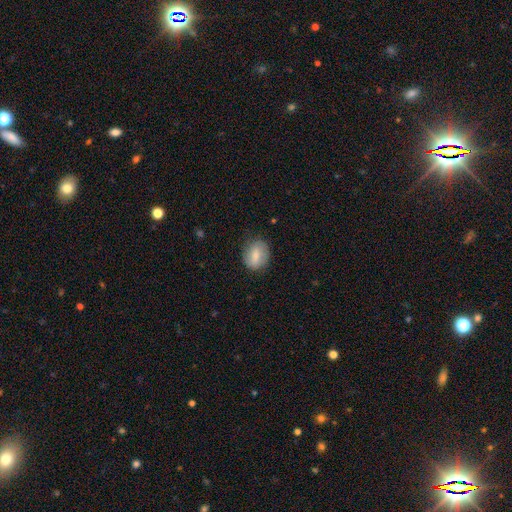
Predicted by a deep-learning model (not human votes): smooth_or_featured: smooth (p=0.75) [alt: featured or disk p=0.18]
how_rounded: in between (p=0.55) [alt: round p=0.44]
merging: none (p=0.77) [alt: minor disturbance p=0.18]